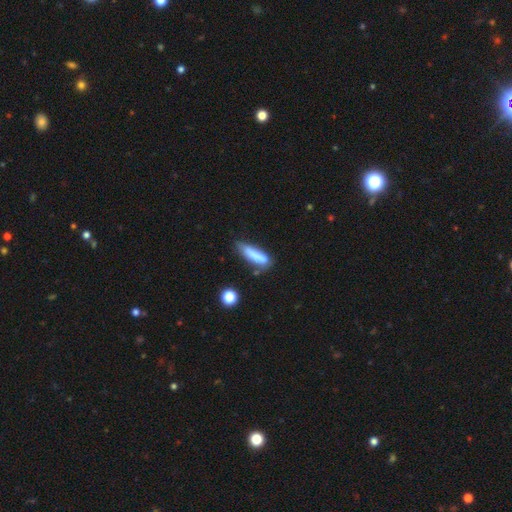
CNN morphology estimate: type=smooth (77%); roundness=cigar-shaped (72%); merging=none (51%).